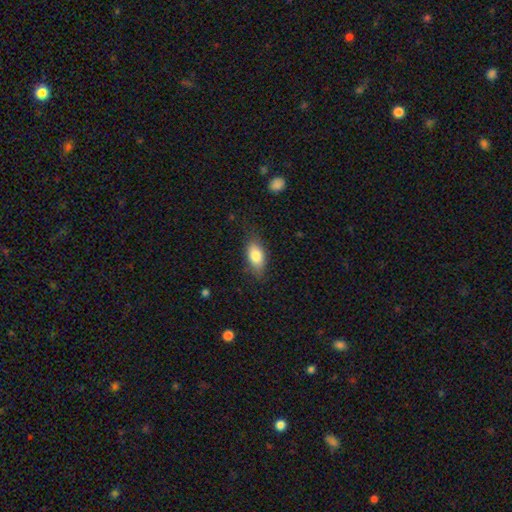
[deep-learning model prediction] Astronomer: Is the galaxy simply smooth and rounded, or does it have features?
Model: smooth — 81%.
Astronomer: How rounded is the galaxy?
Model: in between — 88%.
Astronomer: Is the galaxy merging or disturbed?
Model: none — 77%.